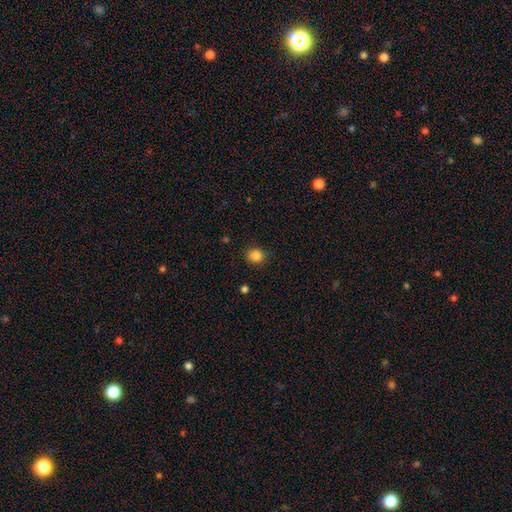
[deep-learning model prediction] A smooth galaxy with no disk features (85%) that is round (84%).

Vote fractions:
- Smooth or featured? smooth: 85% / star or artifact: 11% / featured or disk: 4%
- How rounded? round: 84% / in between: 15% / cigar-shaped: 1%
- Merging? none: 89% / minor disturbance: 8% / major disturbance: 2% / merger: 1%